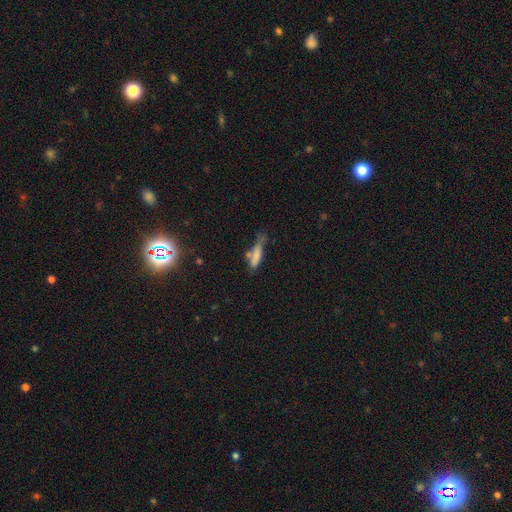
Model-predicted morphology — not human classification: Smooth or featured?
  - smooth: 71% *
  - featured or disk: 20%
  - star or artifact: 9%
How rounded?
  - cigar-shaped: 71% *
  - in between: 26%
  - round: 2%
Merging?
  - none: 40% *
  - minor disturbance: 30%
  - merger: 16%
  - major disturbance: 15%